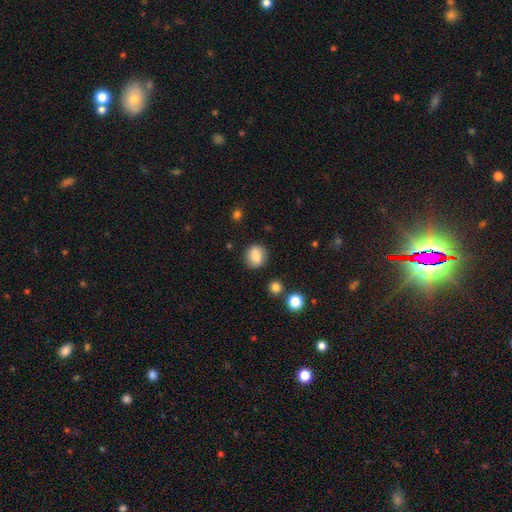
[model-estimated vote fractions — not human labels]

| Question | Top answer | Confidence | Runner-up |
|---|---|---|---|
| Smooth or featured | smooth | 83% | star or artifact (9%) |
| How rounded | round | 70% | in between (29%) |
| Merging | none | 83% | minor disturbance (11%) |